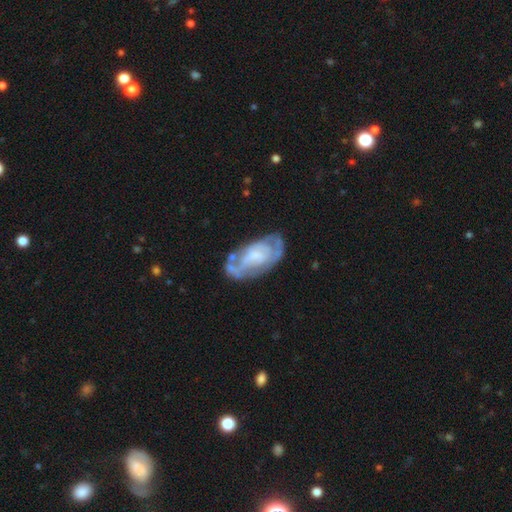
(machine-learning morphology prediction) Q: Smooth or featured?
A: featured or disk (72%); runner-up: smooth (22%)
Q: Edge-on disk?
A: no (94%); runner-up: yes (6%)
Q: Bar?
A: no (55%); runner-up: weak (35%)
Q: Spiral arms?
A: yes (69%); runner-up: no (31%)
Q: Bulge size?
A: small (38%); runner-up: moderate (27%)
Q: Merging?
A: none (55%); runner-up: minor disturbance (25%)